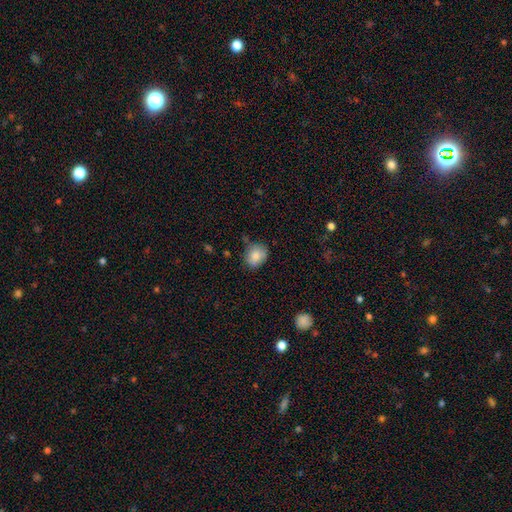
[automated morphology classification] smooth-or-featured: smooth: 84% | star or artifact: 8% | featured or disk: 7%
  how-rounded: round: 53% | in between: 46% | cigar-shaped: 1%
  merging: none: 69% | minor disturbance: 23% | major disturbance: 5% | merger: 3%